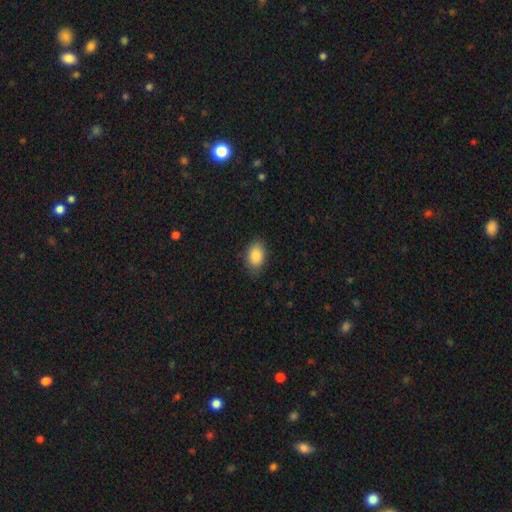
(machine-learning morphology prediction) This appears to be a smooth galaxy with no disk features (87%) that is in between round and cigar-shaped (86%). Merging: none (82%).